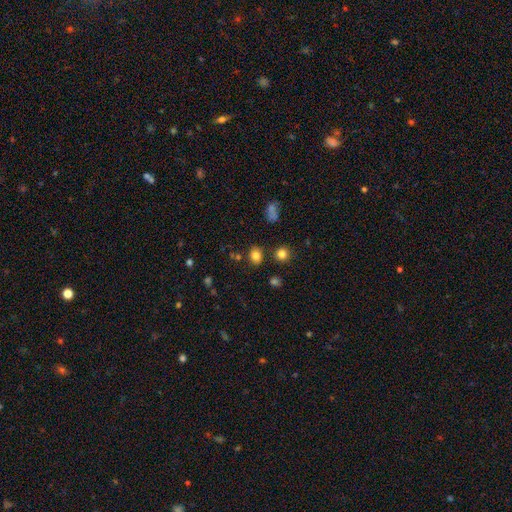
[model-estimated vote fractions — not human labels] A smooth galaxy with no disk features (80%) that is round (54%).

Vote fractions:
- Smooth or featured? smooth: 80% / star or artifact: 13% / featured or disk: 6%
- How rounded? round: 54% / in between: 45% / cigar-shaped: 1%
- Merging? none: 82% / minor disturbance: 10% / merger: 5% / major disturbance: 3%